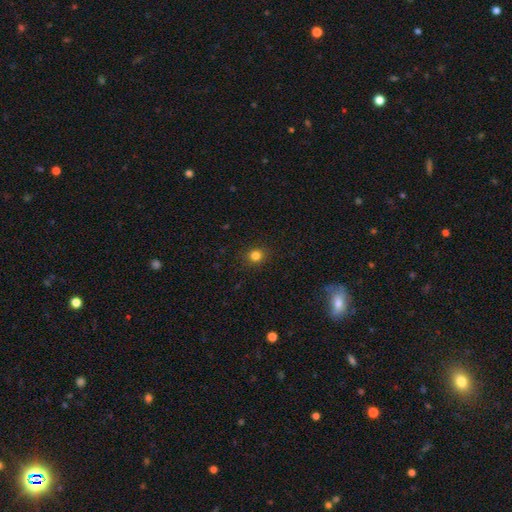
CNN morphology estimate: A smooth galaxy with no disk features (82%) that is round (83%). Merging: none (89%).